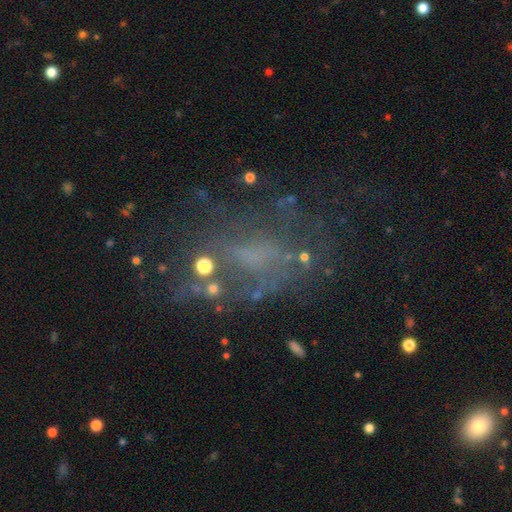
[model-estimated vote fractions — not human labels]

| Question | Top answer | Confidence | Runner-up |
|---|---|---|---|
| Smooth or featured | featured or disk | 53% | star or artifact (25%) |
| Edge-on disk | no | 94% | yes (6%) |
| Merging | none | 48% | major disturbance (28%) |